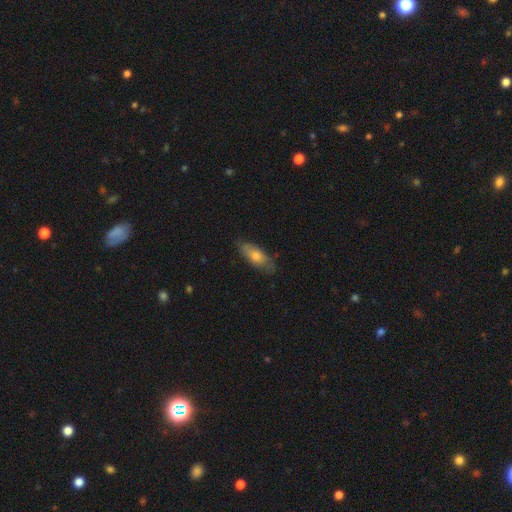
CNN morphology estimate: Smooth or featured? smooth (61%)
How rounded? in between (71%)
Merging? none (77%)